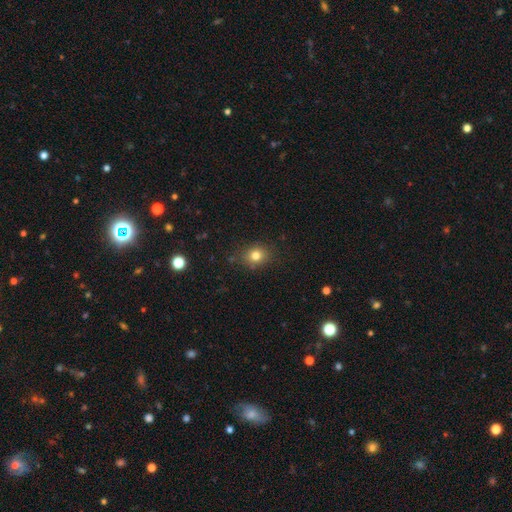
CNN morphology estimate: A smooth galaxy with no disk features (79%) that is round (64%). Merging: none (83%).